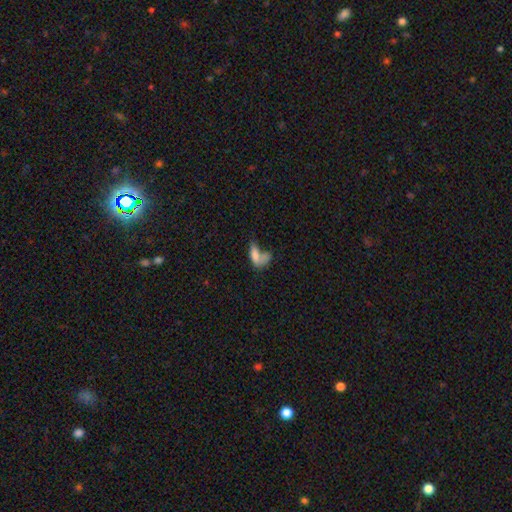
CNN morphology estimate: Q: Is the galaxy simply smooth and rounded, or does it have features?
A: smooth — 68%.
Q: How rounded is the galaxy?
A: in between — 74%.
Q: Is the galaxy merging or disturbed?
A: merger — 35%.